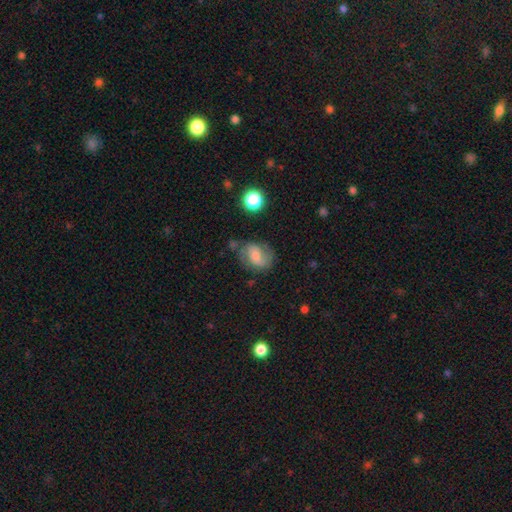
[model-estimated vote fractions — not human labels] This is possibly a smooth galaxy (50%). Merging: possibly none (58%).